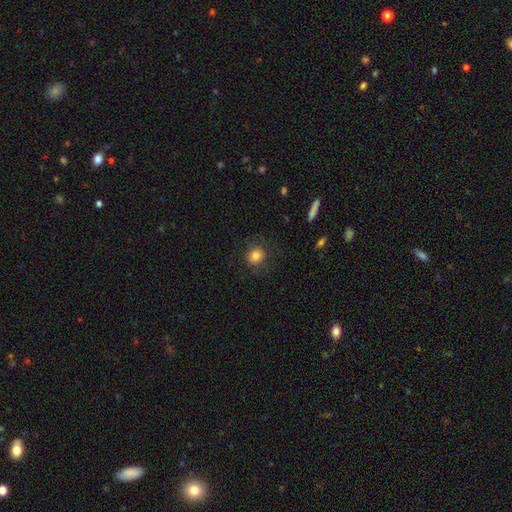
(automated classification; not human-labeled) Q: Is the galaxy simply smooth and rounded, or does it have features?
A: smooth — 82%.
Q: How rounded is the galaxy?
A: round — 85%.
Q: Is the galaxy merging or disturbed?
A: none — 75%.